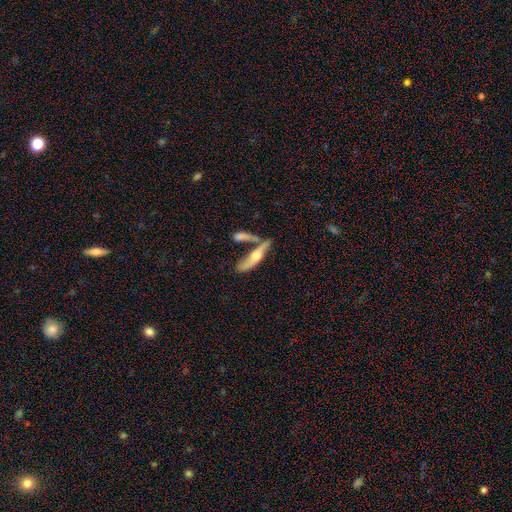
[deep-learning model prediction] Smooth or featured? Predicted: featured or disk (p=0.52). Edge-on disk? Predicted: yes (p=0.72). Merging? Predicted: merger (p=0.38).